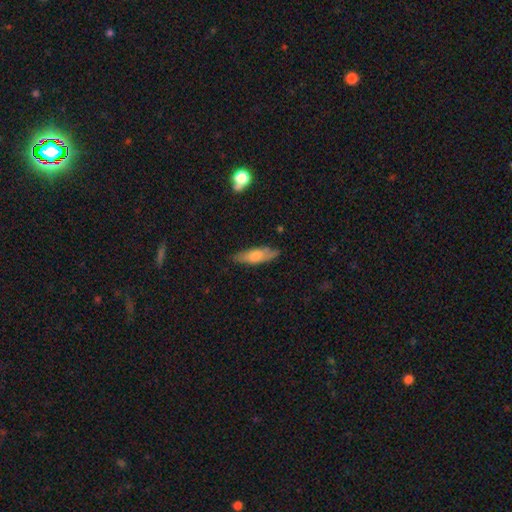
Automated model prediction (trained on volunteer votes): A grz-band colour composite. It shows a smooth galaxy with no disk features (66%) that is cigar-shaped (51%). Merging: none (82%).